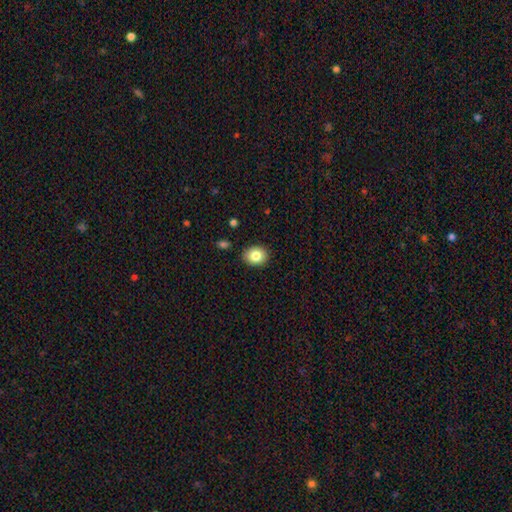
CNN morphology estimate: This appears to be a smooth galaxy with no disk features (83%) that is in between round and cigar-shaped (50%). Merging: none (88%).